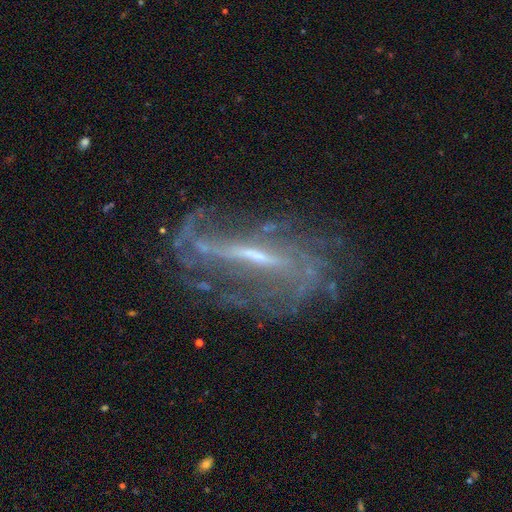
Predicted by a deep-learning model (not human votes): featured or disk 85%, star or artifact 9%, smooth 7%. Down the decision tree: edge-on disk — no (80%); bar — strong (61%); spiral arms — yes (84%); spiral arm count — 2 (38%); spiral winding — loose (45%); bulge size — small (68%); merging — none (58%).